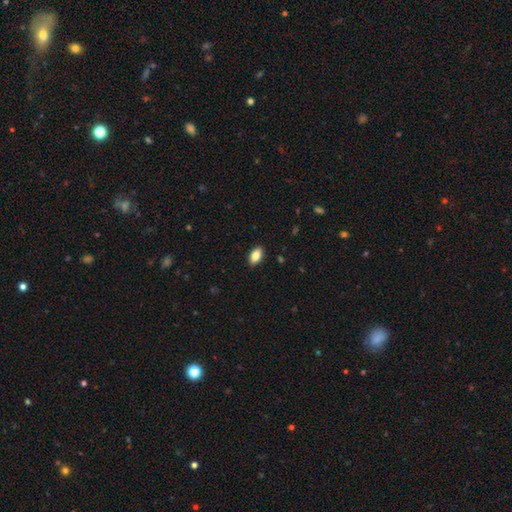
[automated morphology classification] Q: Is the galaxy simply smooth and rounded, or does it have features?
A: smooth — 84%.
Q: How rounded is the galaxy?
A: in between — 91%.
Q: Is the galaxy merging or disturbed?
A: none — 88%.